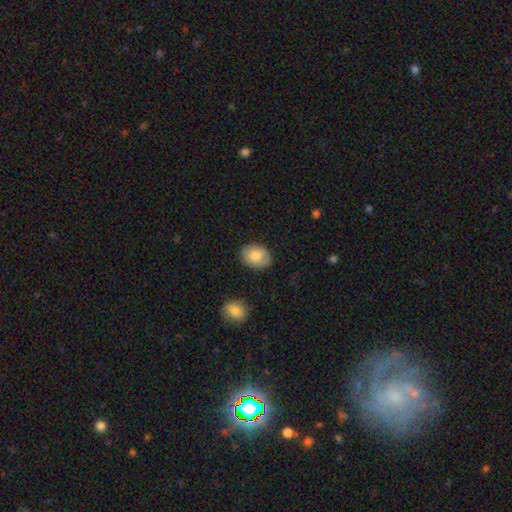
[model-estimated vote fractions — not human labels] smooth-or-featured: smooth: 79% | featured or disk: 14% | star or artifact: 7%
  how-rounded: in between: 70% | round: 29% | cigar-shaped: 1%
  merging: none: 84% | minor disturbance: 12% | major disturbance: 2% | merger: 2%